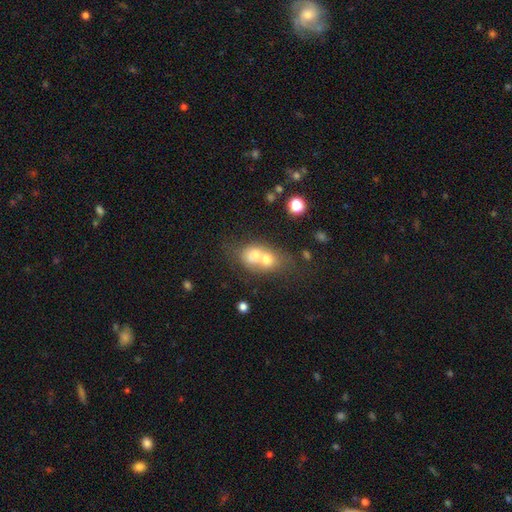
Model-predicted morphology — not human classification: Q: Smooth or featured?
A: smooth (60%); runner-up: featured or disk (28%)
Q: How rounded?
A: round (51%); runner-up: in between (47%)
Q: Merging?
A: merger (70%); runner-up: none (19%)